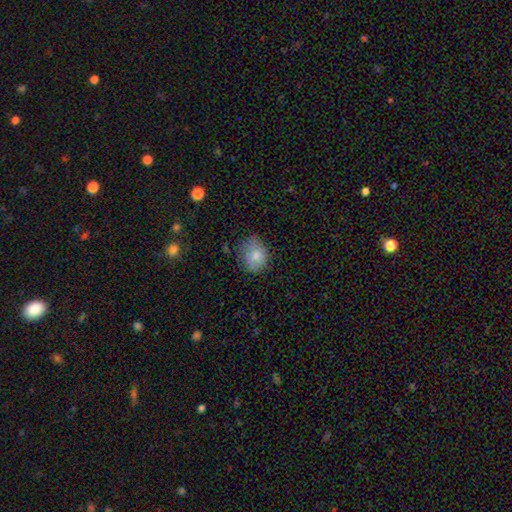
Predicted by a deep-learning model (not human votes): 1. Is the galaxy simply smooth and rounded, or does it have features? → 79% smooth, 13% featured or disk, 9% star or artifact.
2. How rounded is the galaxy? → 55% round, 44% in between, 1% cigar-shaped.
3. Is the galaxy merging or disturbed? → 63% none, 28% minor disturbance, 7% major disturbance, 2% merger.